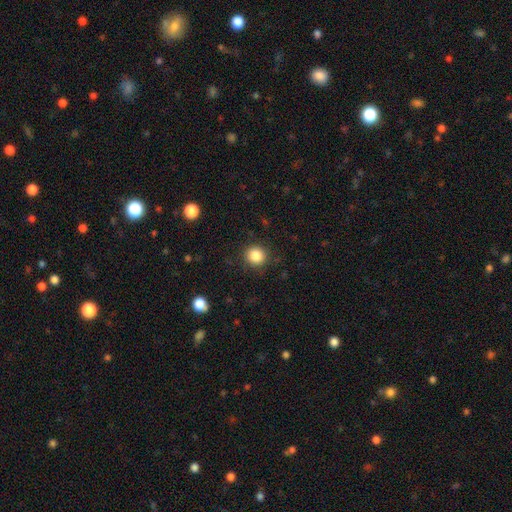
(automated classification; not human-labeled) Smooth or featured?
  - smooth: 85% *
  - star or artifact: 11%
  - featured or disk: 4%
How rounded?
  - round: 91% *
  - in between: 8%
  - cigar-shaped: 1%
Merging?
  - none: 89% *
  - minor disturbance: 8%
  - major disturbance: 3%
  - merger: 1%